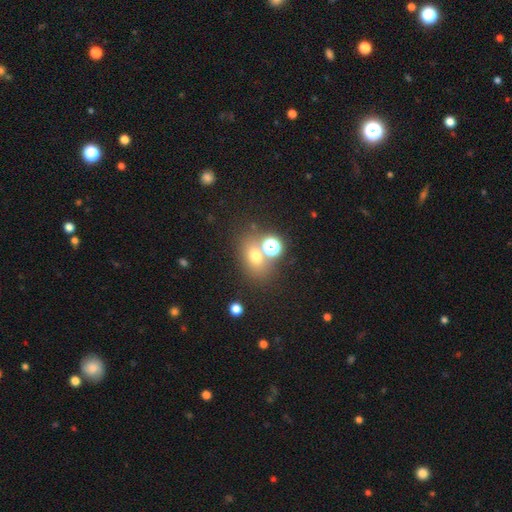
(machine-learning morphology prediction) smooth 64%, star or artifact 24%, featured or disk 12%. Down the decision tree: how rounded — in between (52%); merging — none (62%).